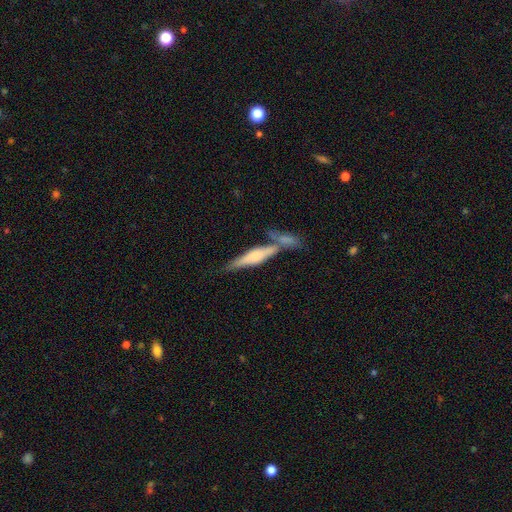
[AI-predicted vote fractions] smooth-or-featured: featured or disk: 50% | smooth: 43% | star or artifact: 7%
  disk-edge-on: yes: 92% | no: 8%
  merging: none: 45% | merger: 36% | minor disturbance: 13% | major disturbance: 6%